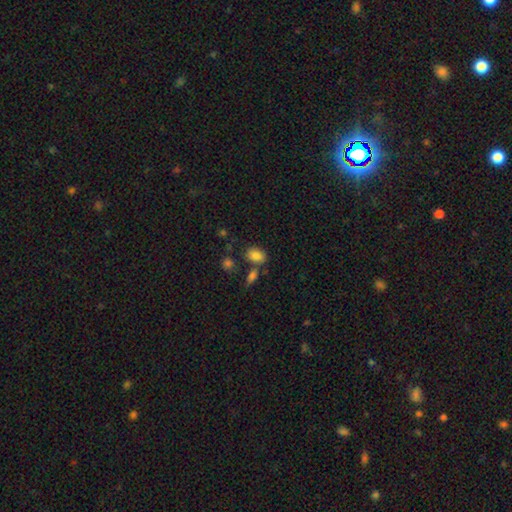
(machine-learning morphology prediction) Q: Smooth or featured?
A: smooth (85%); runner-up: star or artifact (9%)
Q: How rounded?
A: in between (83%); runner-up: round (15%)
Q: Merging?
A: none (63%); runner-up: merger (17%)